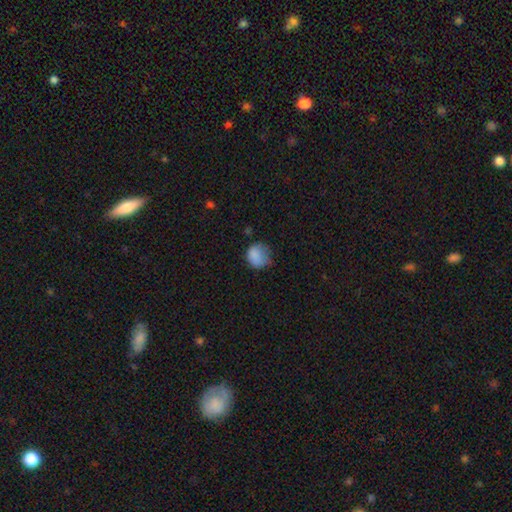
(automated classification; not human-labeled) smooth 82%, star or artifact 10%, featured or disk 8%. Down the decision tree: how rounded — round (72%); merging — none (48%).